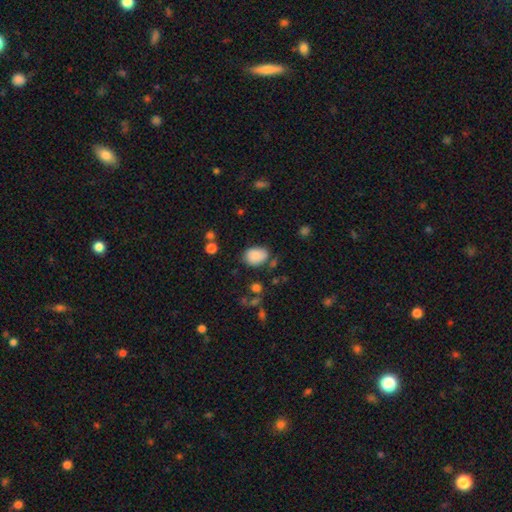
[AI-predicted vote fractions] Smooth or featured: smooth — 85% (star or artifact — 9%)
How rounded: in between — 76% (round — 23%)
Merging: none — 66% (minor disturbance — 23%)